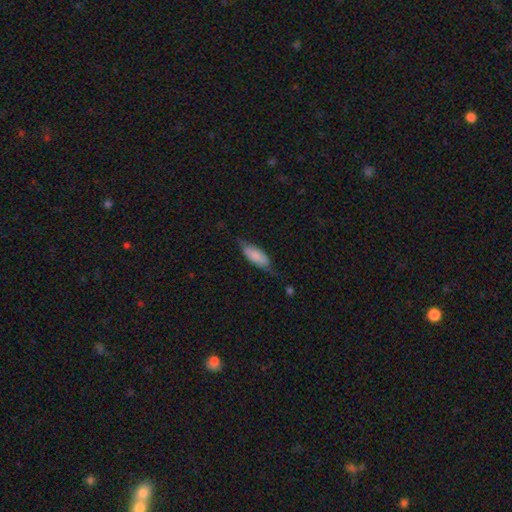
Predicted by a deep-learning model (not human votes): smooth_or_featured: smooth (p=0.68) [alt: featured or disk p=0.26]
how_rounded: in between (p=0.78) [alt: cigar-shaped p=0.20]
merging: none (p=0.52) [alt: minor disturbance p=0.34]